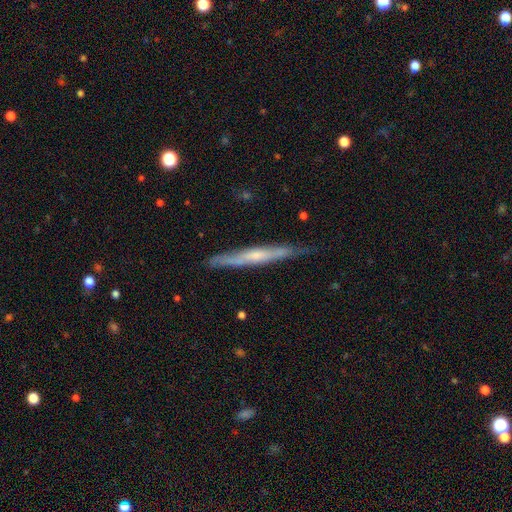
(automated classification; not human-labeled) Smooth or featured? featured or disk (62%)
Edge-on disk? yes (93%)
Edge-on bulge? none (52%)
Merging? none (79%)